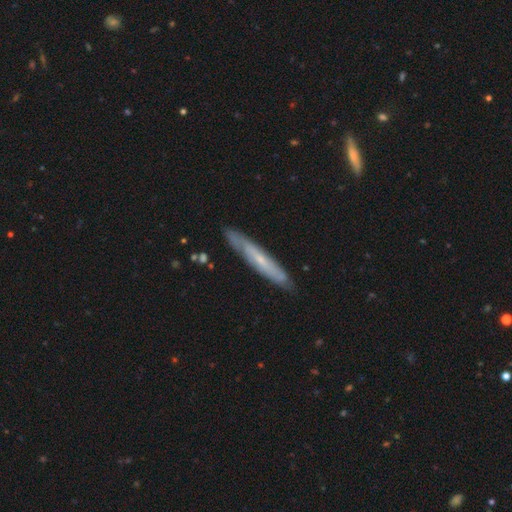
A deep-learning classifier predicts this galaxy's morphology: smooth-or-featured: featured or disk: 54% | smooth: 38% | star or artifact: 8%
  disk-edge-on: yes: 78% | no: 22%
  merging: none: 85% | minor disturbance: 12% | major disturbance: 2% | merger: 2%